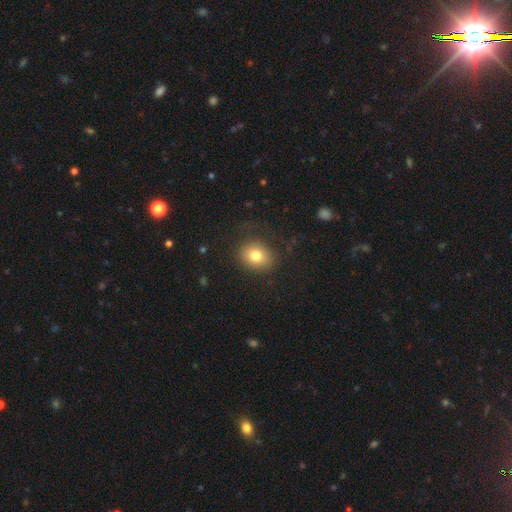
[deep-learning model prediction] This is likely a smooth galaxy (79%). How rounded: likely round (63%). Merging: likely none (79%).